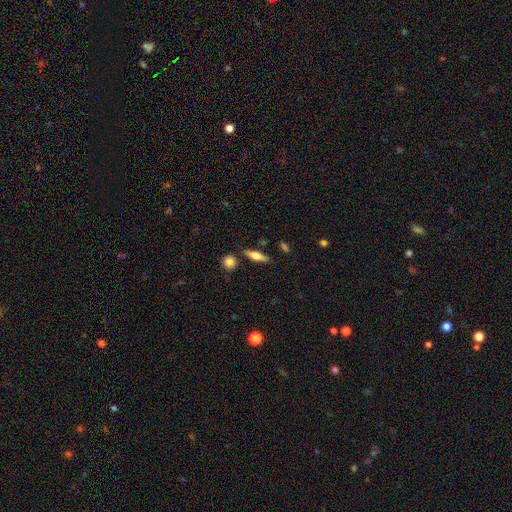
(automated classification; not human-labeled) smooth-or-featured: featured or disk: 49% | smooth: 44% | star or artifact: 7%
  merging: none: 83% | minor disturbance: 10% | merger: 5% | major disturbance: 3%